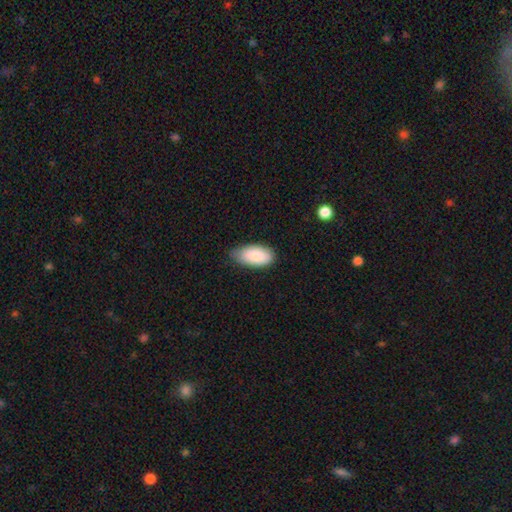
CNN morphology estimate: A smooth galaxy with no disk features (87%) that is in between round and cigar-shaped (95%). Merging: none (65%).